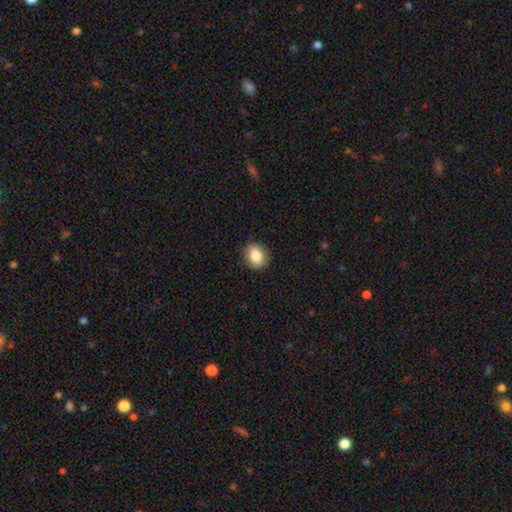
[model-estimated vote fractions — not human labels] This is clearly a smooth galaxy (84%). How rounded: possibly round (53%). Merging: clearly none (87%).